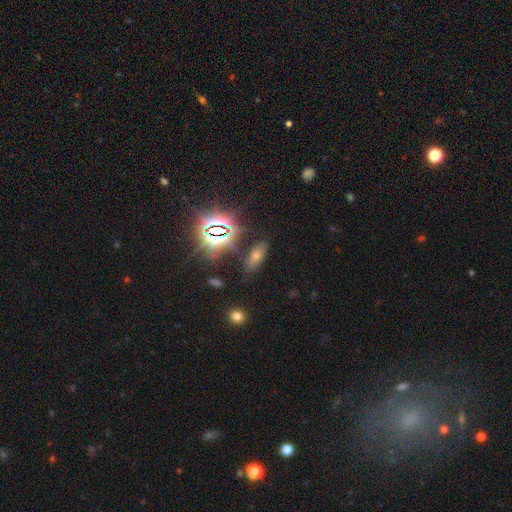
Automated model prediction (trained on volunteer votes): Smooth or featured? Predicted: smooth (p=0.42, tied with star or artifact). Merging? Predicted: none (p=0.81).